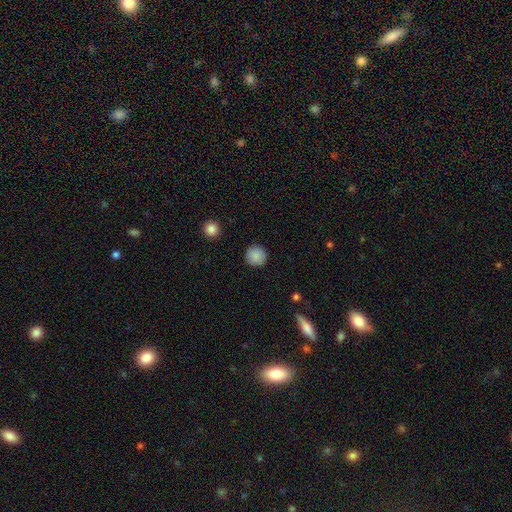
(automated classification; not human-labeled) This is clearly a smooth galaxy (88%). How rounded: clearly round (95%). Merging: clearly none (90%).